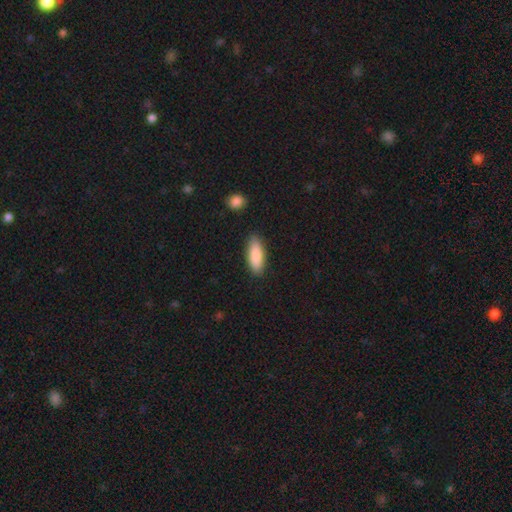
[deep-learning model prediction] smooth_or_featured: smooth (p=0.87) [alt: featured or disk p=0.08]
how_rounded: in between (p=0.70) [alt: cigar-shaped p=0.28]
merging: none (p=0.86) [alt: minor disturbance p=0.10]